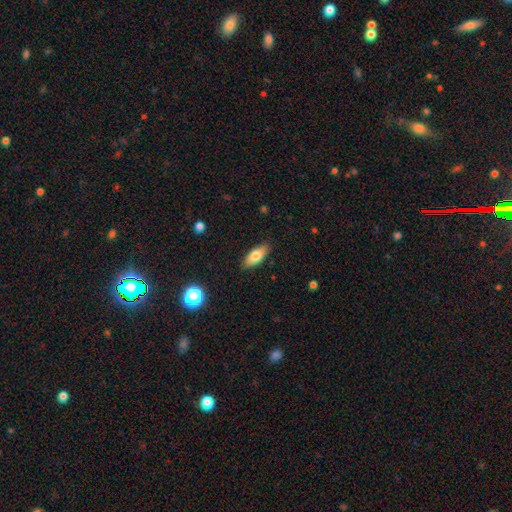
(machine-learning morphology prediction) smooth 77%, featured or disk 16%, star or artifact 7%. Down the decision tree: how rounded — in between (81%); merging — none (87%).